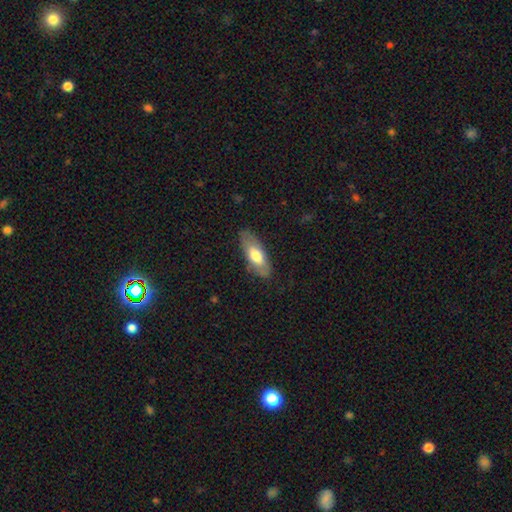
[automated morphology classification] This is likely a smooth galaxy (65%). How rounded: likely in between (76%). Merging: likely none (80%).